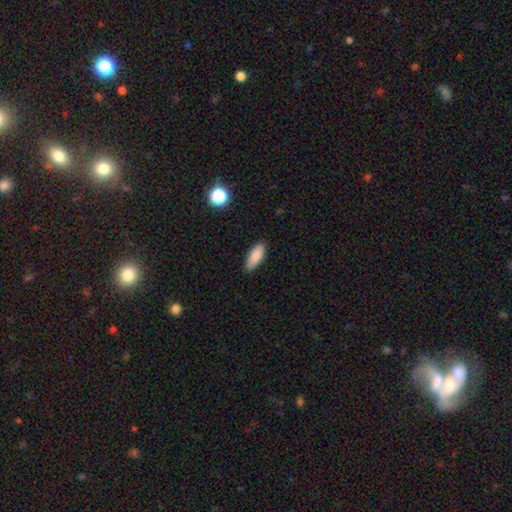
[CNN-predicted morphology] smooth_or_featured: smooth (p=0.86) [alt: featured or disk p=0.07]
how_rounded: in between (p=0.74) [alt: cigar-shaped p=0.24]
merging: none (p=0.86) [alt: minor disturbance p=0.11]